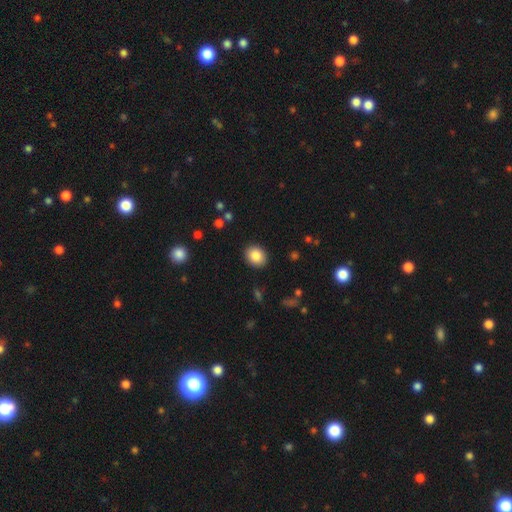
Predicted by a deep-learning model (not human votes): Q: Smooth or featured?
A: smooth (85%); runner-up: star or artifact (9%)
Q: How rounded?
A: round (57%); runner-up: in between (42%)
Q: Merging?
A: none (90%); runner-up: minor disturbance (7%)